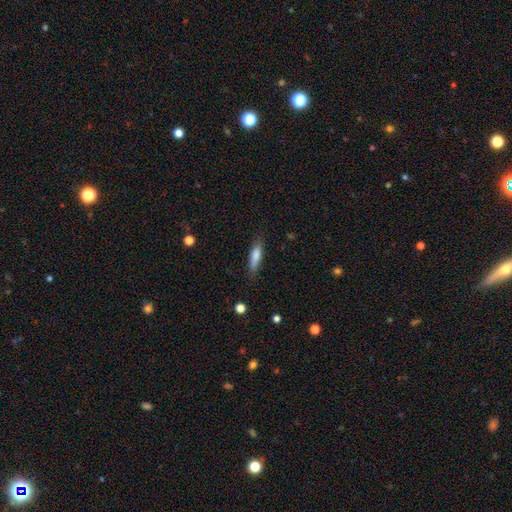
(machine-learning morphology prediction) type=smooth (78%); roundness=cigar-shaped (65%); merging=none (77%).